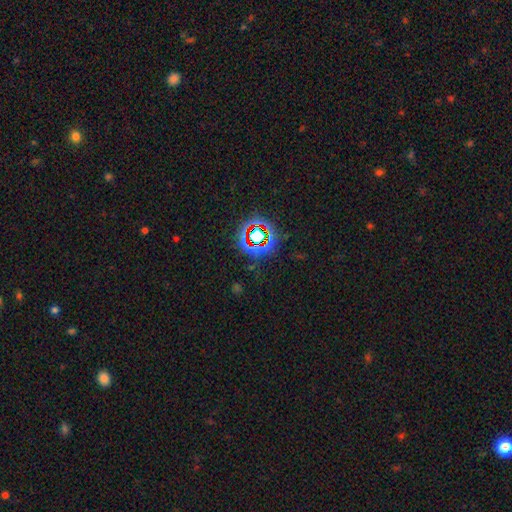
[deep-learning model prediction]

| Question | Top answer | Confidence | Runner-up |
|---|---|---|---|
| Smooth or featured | star or artifact | 70% | featured or disk (15%) |